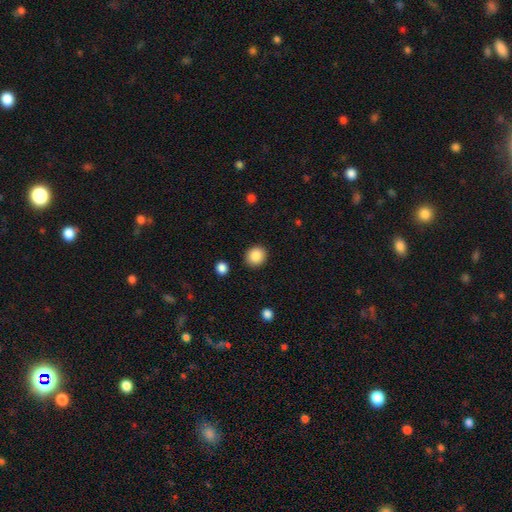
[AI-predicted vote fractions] smooth_or_featured: smooth (p=0.88) [alt: star or artifact p=0.09]
how_rounded: round (p=0.78) [alt: in between p=0.21]
merging: none (p=0.89) [alt: minor disturbance p=0.07]